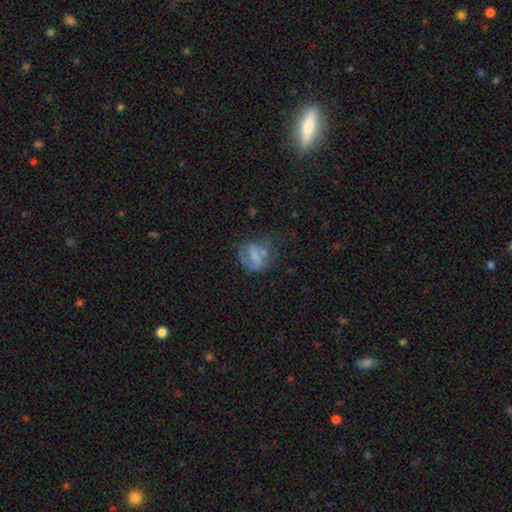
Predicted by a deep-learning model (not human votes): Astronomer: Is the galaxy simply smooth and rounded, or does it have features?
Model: smooth — 46% (runner-up: featured or disk, 43%).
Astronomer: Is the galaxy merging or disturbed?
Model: none — 36% (runner-up: major disturbance, 29%).